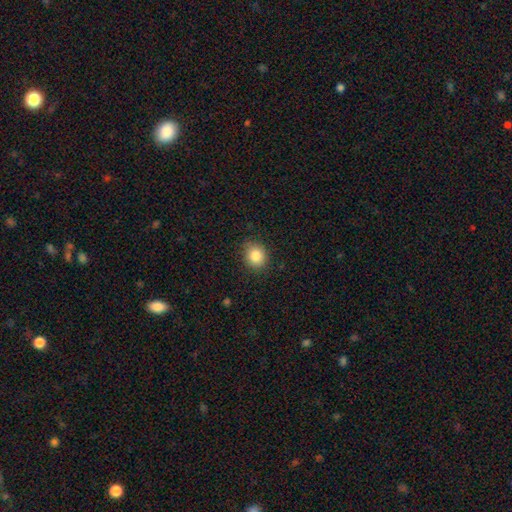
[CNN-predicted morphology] smooth 84%, star or artifact 9%, featured or disk 6%. Down the decision tree: how rounded — round (67%); merging — none (84%).